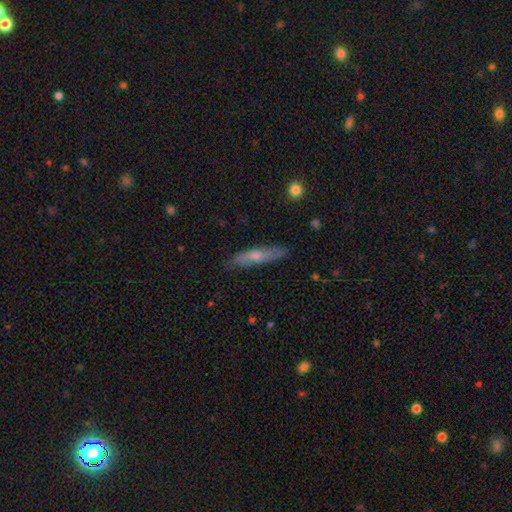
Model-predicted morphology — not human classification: A smooth galaxy with no disk features (49%). Merging: none (83%).